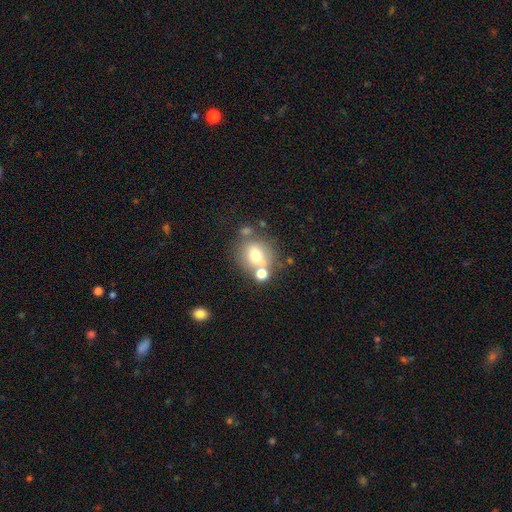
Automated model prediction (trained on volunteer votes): Smooth or featured? Predicted: smooth (p=0.64). How rounded? Predicted: round (p=0.81). Merging? Predicted: none (p=0.56).